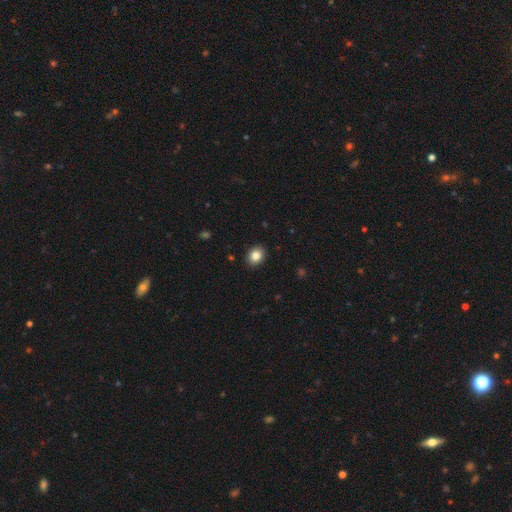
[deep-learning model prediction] smooth_or_featured: smooth (p=0.84) [alt: star or artifact p=0.09]
how_rounded: in between (p=0.55) [alt: round p=0.45]
merging: none (p=0.91) [alt: minor disturbance p=0.07]